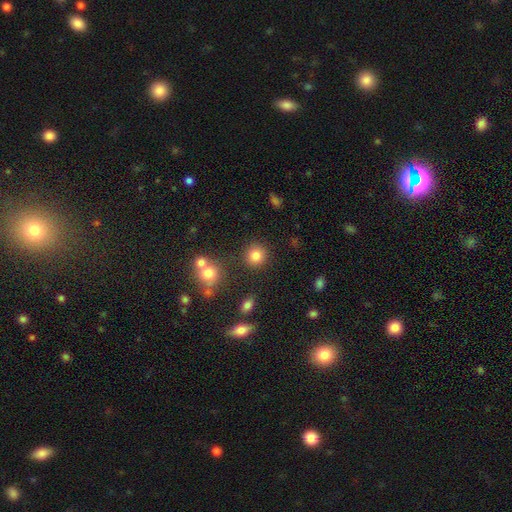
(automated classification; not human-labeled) Smooth or featured?
  - smooth: 83% *
  - star or artifact: 11%
  - featured or disk: 6%
How rounded?
  - round: 91% *
  - in between: 8%
  - cigar-shaped: 1%
Merging?
  - none: 85% *
  - minor disturbance: 7%
  - merger: 5%
  - major disturbance: 3%